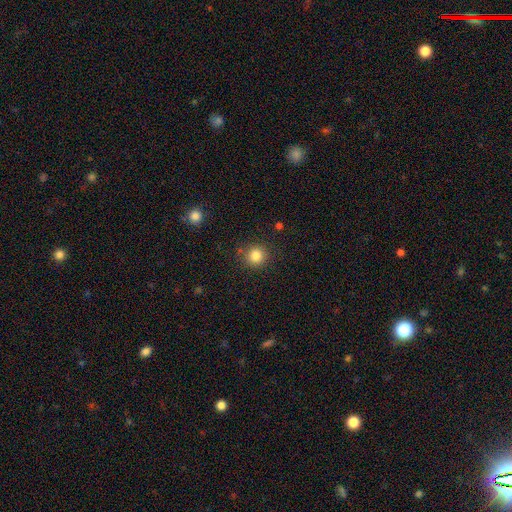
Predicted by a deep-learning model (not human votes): Q: Smooth or featured?
A: smooth (83%); runner-up: star or artifact (12%)
Q: How rounded?
A: round (93%); runner-up: in between (6%)
Q: Merging?
A: none (87%); runner-up: minor disturbance (8%)